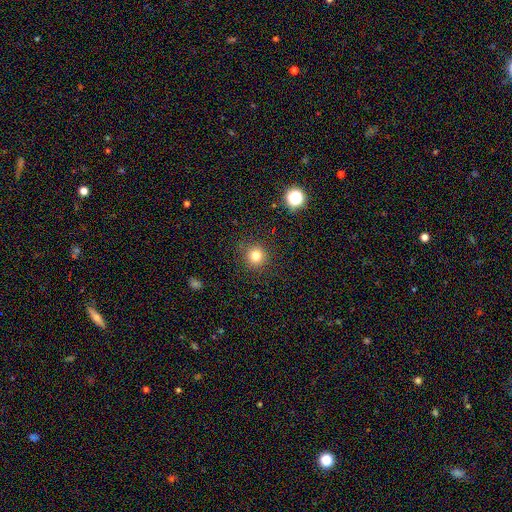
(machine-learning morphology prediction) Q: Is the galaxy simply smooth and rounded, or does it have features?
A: smooth — 79%.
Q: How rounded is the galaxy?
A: round — 94%.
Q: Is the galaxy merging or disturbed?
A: none — 90%.